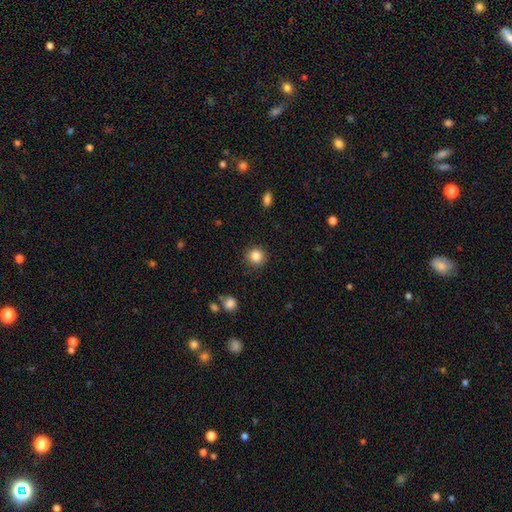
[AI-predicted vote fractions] Morphology: type=smooth (84%); roundness=round (93%); merging=none (90%).